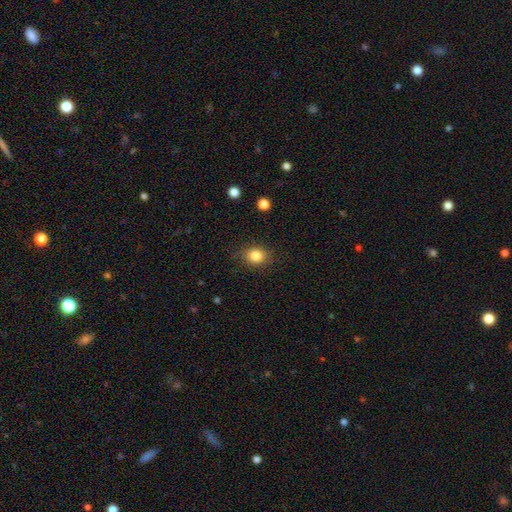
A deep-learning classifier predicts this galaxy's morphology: type=smooth (84%); roundness=round (63%); merging=none (83%).